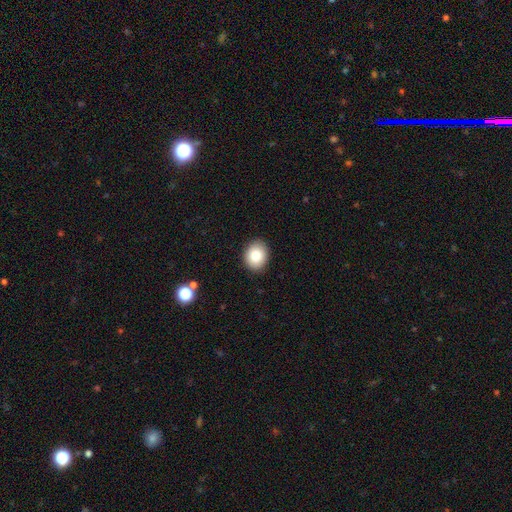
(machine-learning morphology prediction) smooth-or-featured: smooth: 82% | featured or disk: 9% | star or artifact: 9%
  how-rounded: round: 55% | in between: 44% | cigar-shaped: 1%
  merging: none: 90% | minor disturbance: 8% | major disturbance: 2% | merger: 1%